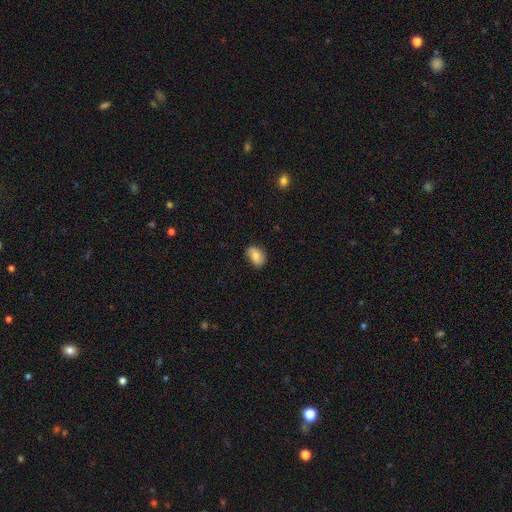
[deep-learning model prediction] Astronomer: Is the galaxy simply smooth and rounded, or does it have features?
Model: smooth — 70%.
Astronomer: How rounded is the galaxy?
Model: in between — 79%.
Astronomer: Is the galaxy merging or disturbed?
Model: none — 74%.